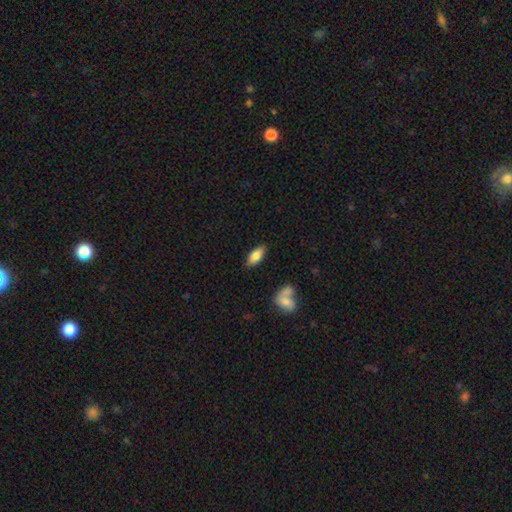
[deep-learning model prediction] smooth_or_featured: smooth (p=0.78) [alt: featured or disk p=0.15]
how_rounded: in between (p=0.82) [alt: cigar-shaped p=0.15]
merging: none (p=0.83) [alt: minor disturbance p=0.11]